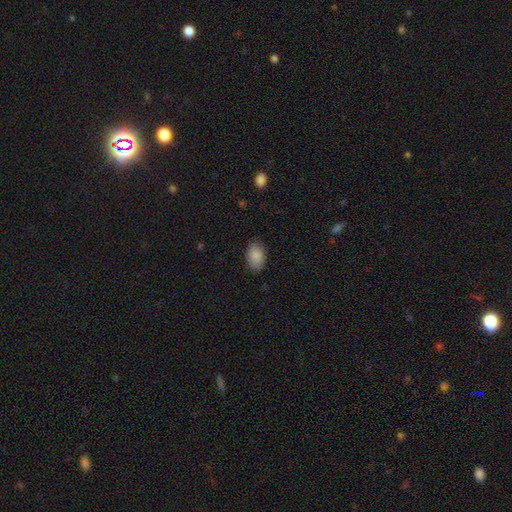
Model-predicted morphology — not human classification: Q: Smooth or featured?
A: smooth (87%); runner-up: star or artifact (7%)
Q: How rounded?
A: in between (91%); runner-up: round (8%)
Q: Merging?
A: none (84%); runner-up: minor disturbance (12%)